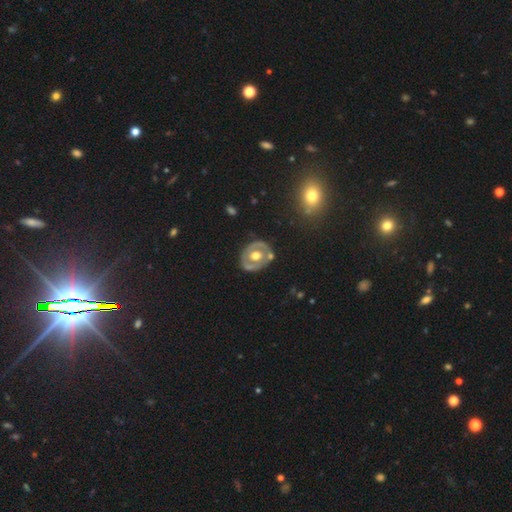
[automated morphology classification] A featured or disk galaxy (64%) with no bar (81%), no spiral arms (77%) and a moderate central bulge (60%). Merging: none (75%).